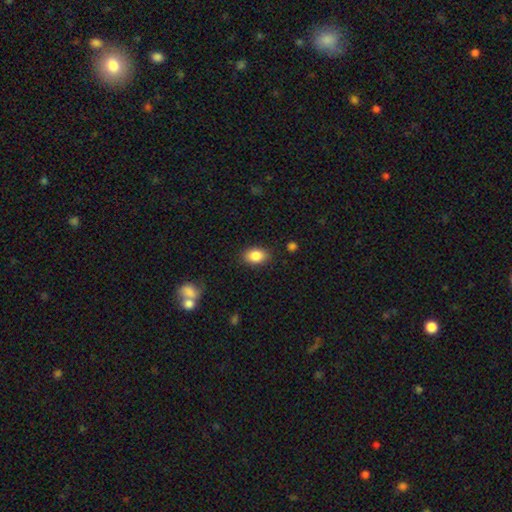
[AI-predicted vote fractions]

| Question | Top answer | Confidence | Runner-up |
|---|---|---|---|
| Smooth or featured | smooth | 86% | star or artifact (8%) |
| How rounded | in between | 83% | round (15%) |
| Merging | none | 87% | minor disturbance (9%) |